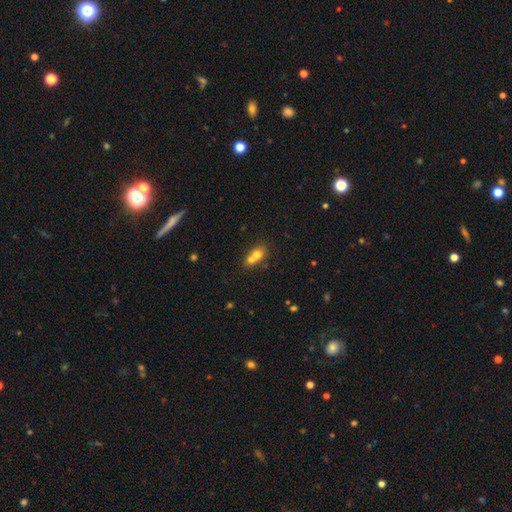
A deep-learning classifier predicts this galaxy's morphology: smooth 69%, featured or disk 19%, star or artifact 12%. Down the decision tree: how rounded — round (52%); merging — merger (64%).